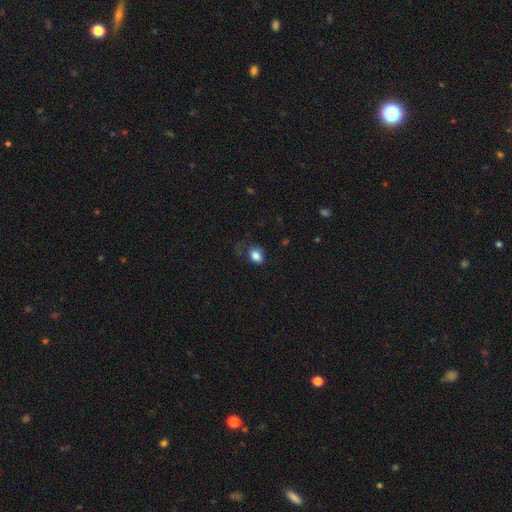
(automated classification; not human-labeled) A smooth galaxy with no disk features (83%) that is in between round and cigar-shaped (67%). Merging: none (55%).